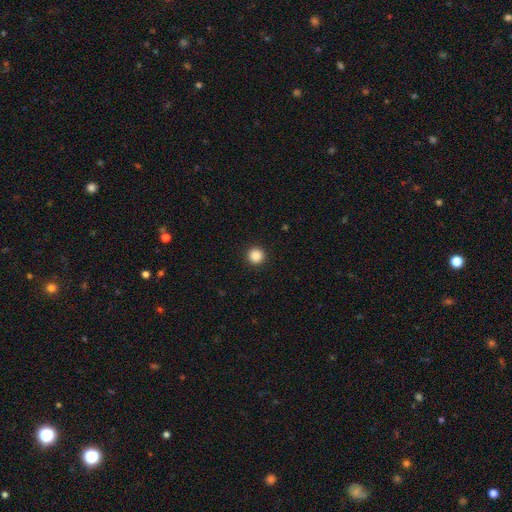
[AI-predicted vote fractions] A smooth galaxy with no disk features (88%) that is round (96%).

Vote fractions:
- Smooth or featured? smooth: 88% / star or artifact: 10% / featured or disk: 3%
- How rounded? round: 96% / in between: 3% / cigar-shaped: 1%
- Merging? none: 93% / minor disturbance: 4% / major disturbance: 2% / merger: 1%